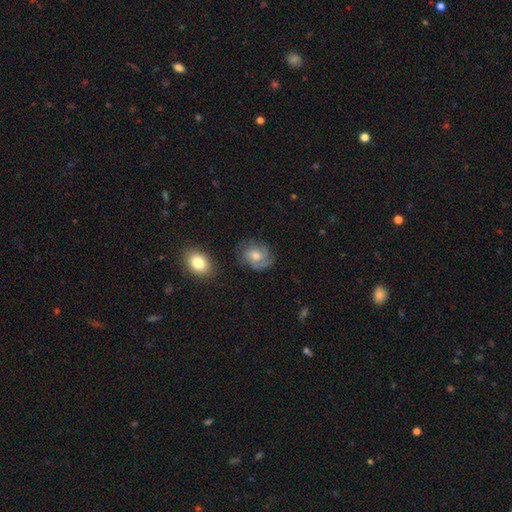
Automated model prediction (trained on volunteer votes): smooth-or-featured: featured or disk: 59% | smooth: 31% | star or artifact: 11%
  disk-edge-on: no: 97% | yes: 3%
    bar: no: 73% | weak: 24% | strong: 3%
    has-spiral-arms: yes: 88% | no: 12%
      spiral-winding: tight: 53% | medium: 36% | loose: 11%
      spiral-arm-count: 2: 36% | can't tell: 28% | 3: 20% | 1: 7% | 4: 4% | more than 4: 4%
    bulge-size: moderate: 66% | small: 22% | large: 8% | none: 3% | dominant: 1%
  merging: none: 73% | minor disturbance: 18% | major disturbance: 7% | merger: 2%